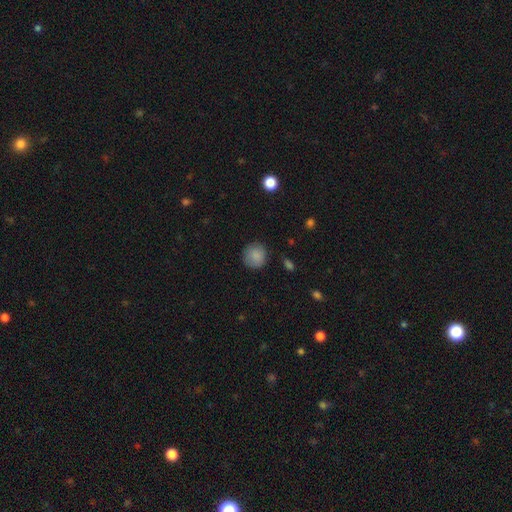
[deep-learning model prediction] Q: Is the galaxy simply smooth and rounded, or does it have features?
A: smooth — 87%.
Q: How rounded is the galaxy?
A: round — 89%.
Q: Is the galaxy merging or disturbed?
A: none — 84%.